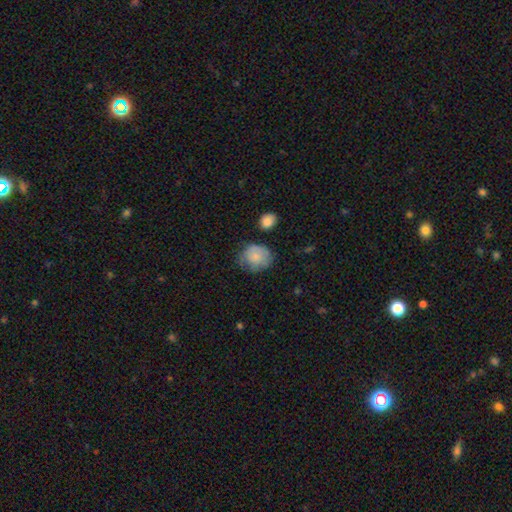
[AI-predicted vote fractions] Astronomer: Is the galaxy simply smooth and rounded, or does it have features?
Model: smooth — 78%.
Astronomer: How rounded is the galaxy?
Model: round — 70%.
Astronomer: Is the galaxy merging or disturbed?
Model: none — 56%.